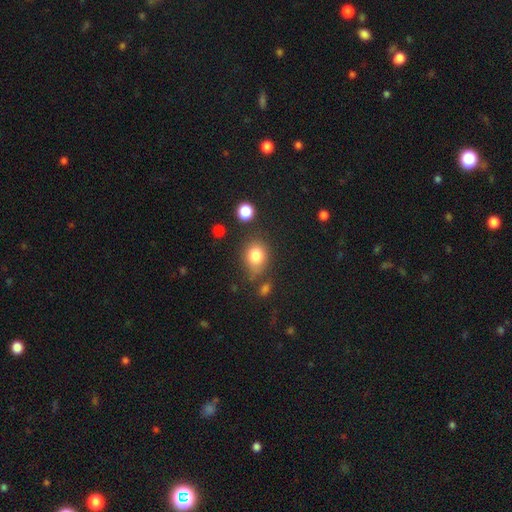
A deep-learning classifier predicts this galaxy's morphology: This is clearly a smooth galaxy (82%). How rounded: possibly round (54%). Merging: likely none (66%).